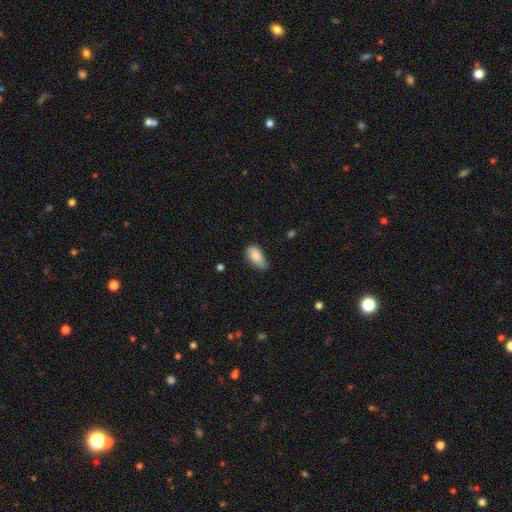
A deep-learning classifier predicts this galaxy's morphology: This is clearly a smooth galaxy (84%). How rounded: clearly in between (92%). Merging: possibly none (54%).